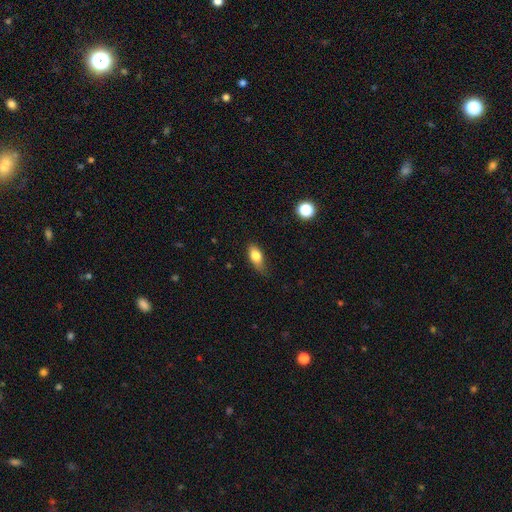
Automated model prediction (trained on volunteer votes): This is likely a smooth galaxy (80%). How rounded: clearly in between (83%). Merging: likely none (61%).